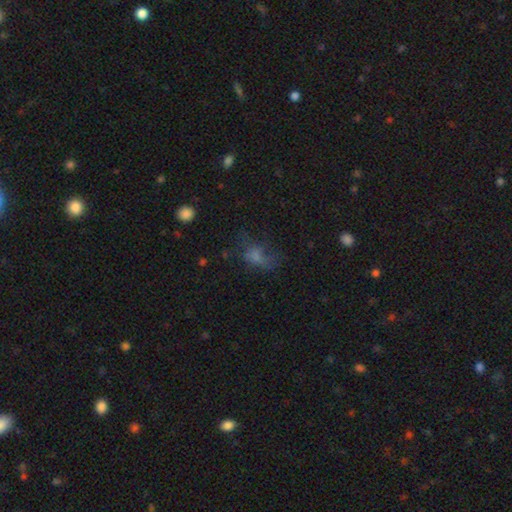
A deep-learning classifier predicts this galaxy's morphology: Smooth or featured?
  - smooth: 52% *
  - featured or disk: 25%
  - star or artifact: 23%
How rounded?
  - in between: 71% *
  - round: 24%
  - cigar-shaped: 5%
Merging?
  - none: 41% *
  - major disturbance: 32%
  - minor disturbance: 23%
  - merger: 4%